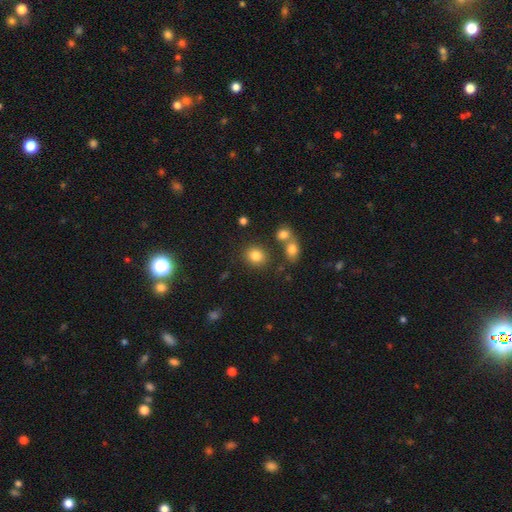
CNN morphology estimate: Q: Smooth or featured?
A: smooth (81%); runner-up: star or artifact (12%)
Q: How rounded?
A: round (73%); runner-up: in between (26%)
Q: Merging?
A: none (78%); runner-up: merger (10%)